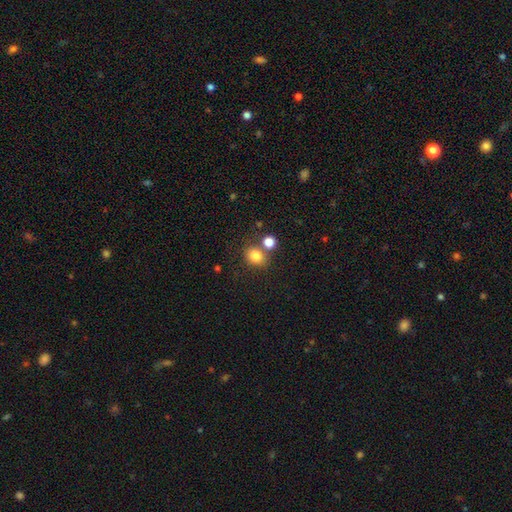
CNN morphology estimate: Overall: smooth (81%). How rounded: round (67%; in between 33%). Merging: none (64%).